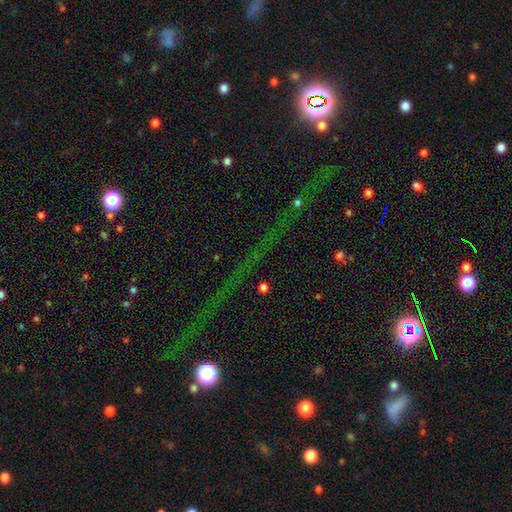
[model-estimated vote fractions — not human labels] Smooth or featured? star or artifact (75%)